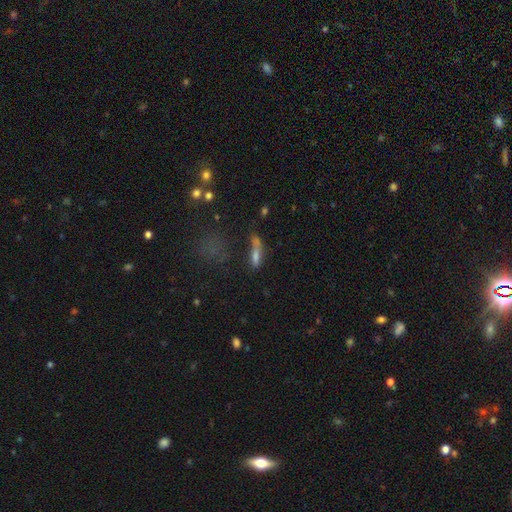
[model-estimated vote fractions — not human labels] The model was most divided on "merging": none: 45%, minor disturbance: 21%, major disturbance: 19%, merger: 15%. More confident: how rounded — cigar-shaped (66%); smooth or featured — smooth (58%).